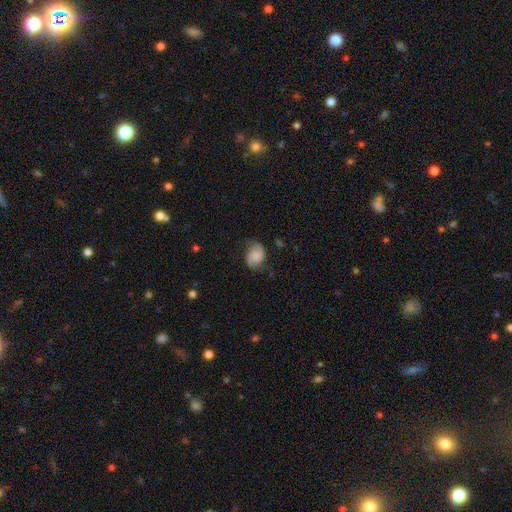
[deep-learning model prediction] smooth-or-featured: smooth: 56% | featured or disk: 35% | star or artifact: 9%
  how-rounded: in between: 68% | round: 31% | cigar-shaped: 1%
  merging: none: 60% | minor disturbance: 28% | major disturbance: 10% | merger: 2%